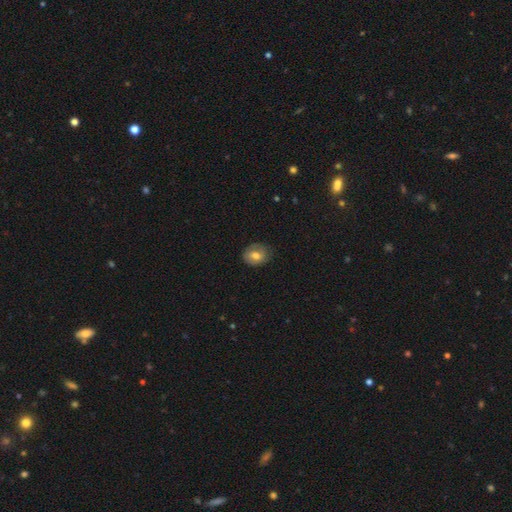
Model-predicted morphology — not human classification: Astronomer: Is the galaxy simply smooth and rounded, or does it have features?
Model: smooth — 64%.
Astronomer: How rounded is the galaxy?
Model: round — 51% (runner-up: in between, 48%).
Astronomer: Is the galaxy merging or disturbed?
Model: none — 75%.